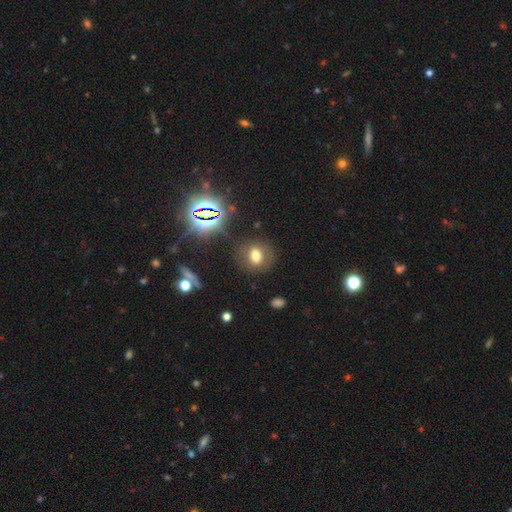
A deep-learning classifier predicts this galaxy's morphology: The model was most divided on "how rounded": round: 56%, in between: 42%, cigar-shaped: 2%. More confident: merging — none (79%); smooth or featured — smooth (63%).